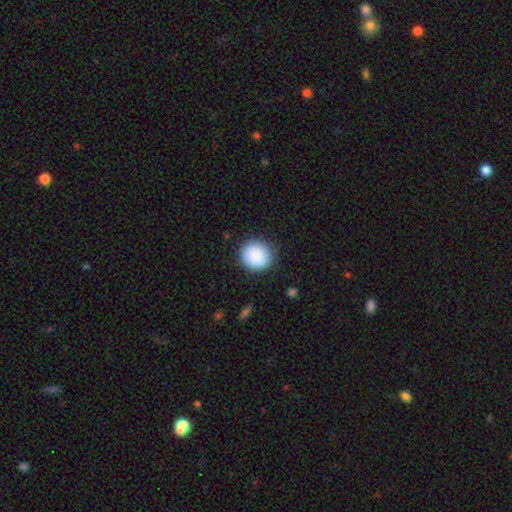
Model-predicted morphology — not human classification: Smooth or featured? smooth (87%)
How rounded? round (91%)
Merging? none (87%)